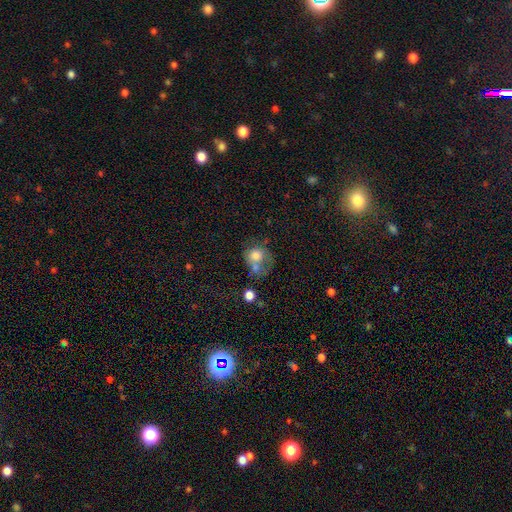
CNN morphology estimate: Smooth or featured? Predicted: smooth (p=0.68). How rounded? Predicted: round (p=0.68). Merging? Predicted: merger (p=0.38).